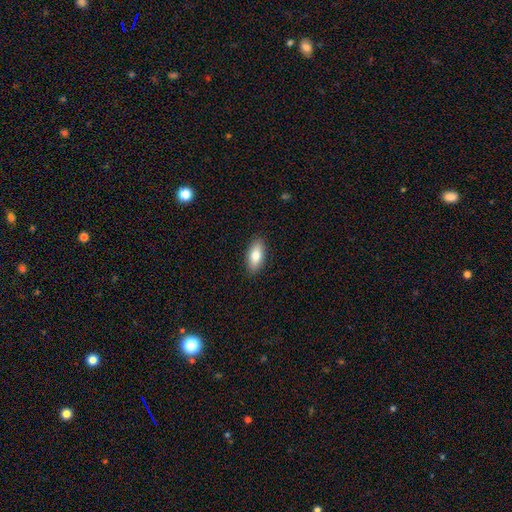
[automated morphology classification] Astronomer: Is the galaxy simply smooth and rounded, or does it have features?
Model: smooth — 79%.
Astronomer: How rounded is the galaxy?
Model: in between — 85%.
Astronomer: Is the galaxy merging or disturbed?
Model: none — 89%.